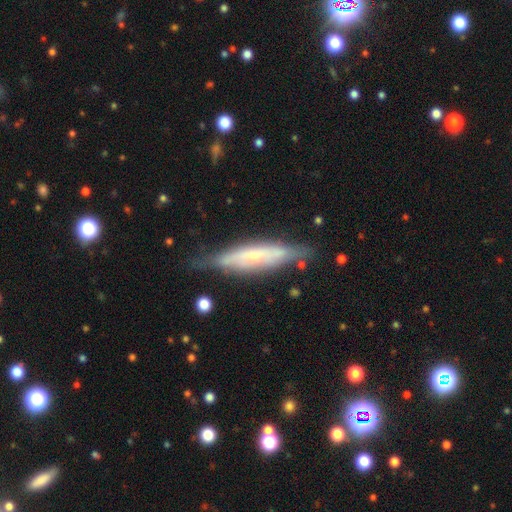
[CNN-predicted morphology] This is likely a featured or disk galaxy (60%). It is likely viewed edge-on (78%). Merging: likely none (72%).